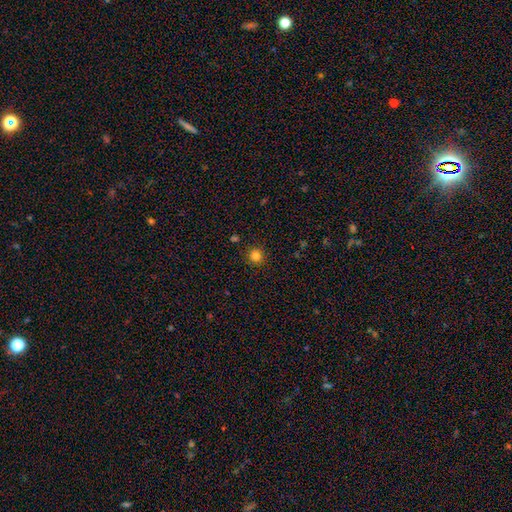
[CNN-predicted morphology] smooth 82%, star or artifact 13%, featured or disk 4%. Down the decision tree: how rounded — round (94%); merging — none (91%).